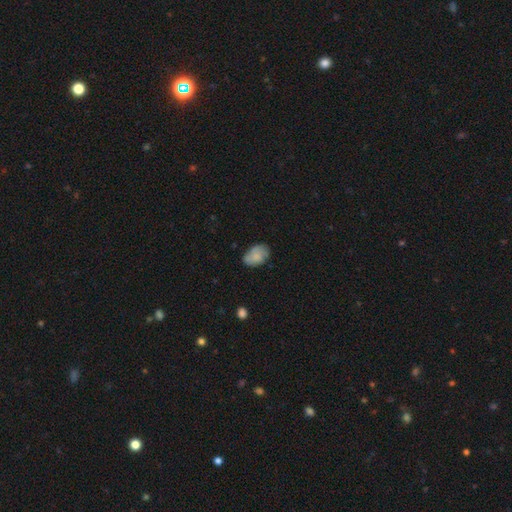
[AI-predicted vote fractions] A smooth galaxy with no disk features (69%) that is in between round and cigar-shaped (85%).

Vote fractions:
- Smooth or featured? smooth: 69% / featured or disk: 23% / star or artifact: 8%
- How rounded? in between: 85% / round: 14% / cigar-shaped: 1%
- Merging? none: 65% / minor disturbance: 26% / major disturbance: 6% / merger: 2%